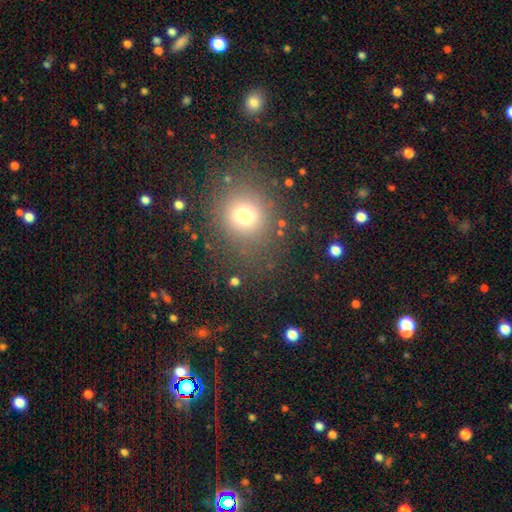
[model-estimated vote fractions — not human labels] The model was most divided on "smooth or featured": smooth: 63%, star or artifact: 28%, featured or disk: 9%. More confident: merging — none (85%); how rounded — round (80%).